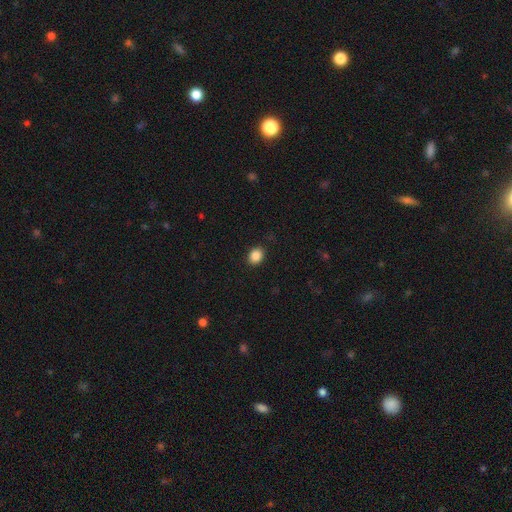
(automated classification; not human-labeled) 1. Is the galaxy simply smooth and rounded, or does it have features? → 87% smooth, 9% star or artifact, 4% featured or disk.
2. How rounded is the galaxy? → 50% in between, 49% round, 1% cigar-shaped.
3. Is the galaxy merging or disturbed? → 89% none, 8% minor disturbance, 2% major disturbance, 1% merger.